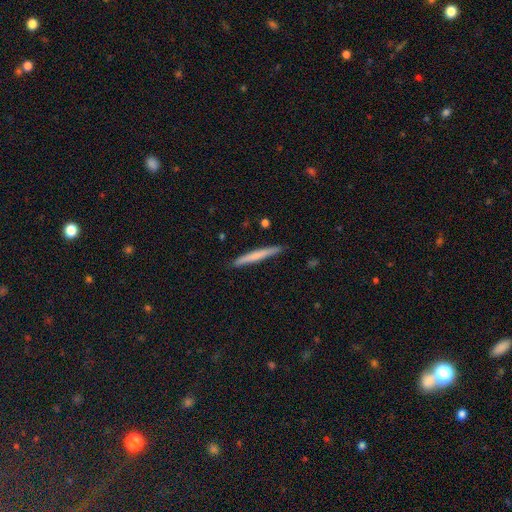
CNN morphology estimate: Smooth or featured? Predicted: smooth (p=0.64). How rounded? Predicted: cigar-shaped (p=0.97). Merging? Predicted: none (p=0.89).